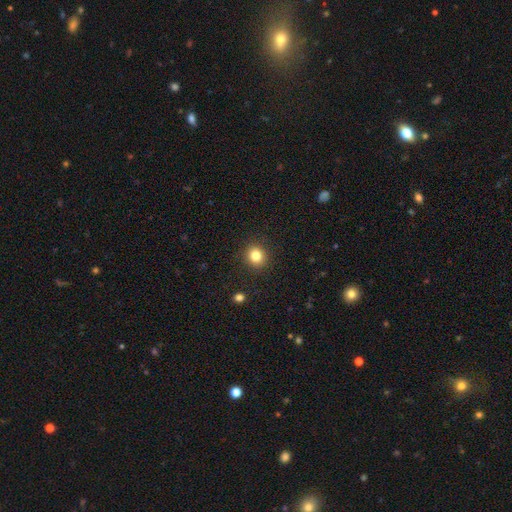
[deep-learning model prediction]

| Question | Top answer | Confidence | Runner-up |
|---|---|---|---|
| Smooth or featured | smooth | 82% | star or artifact (12%) |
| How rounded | round | 86% | in between (13%) |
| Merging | none | 91% | minor disturbance (6%) |